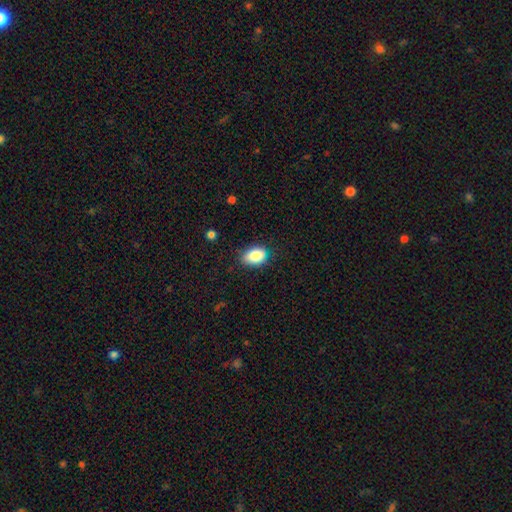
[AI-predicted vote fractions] smooth_or_featured: smooth (p=0.85) [alt: star or artifact p=0.08]
how_rounded: in between (p=0.80) [alt: round p=0.18]
merging: none (p=0.73) [alt: minor disturbance p=0.22]